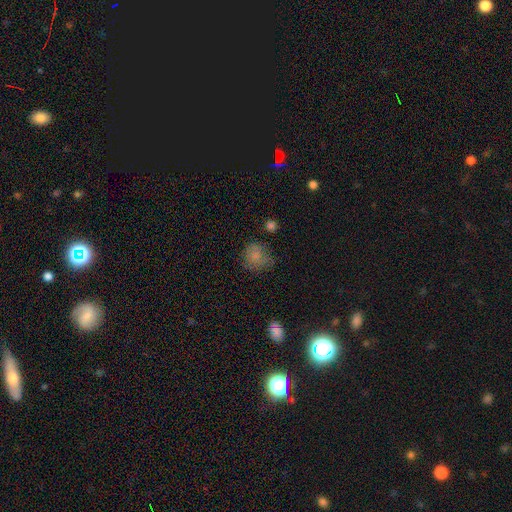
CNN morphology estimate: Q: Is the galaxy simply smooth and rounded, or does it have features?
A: smooth — 75%.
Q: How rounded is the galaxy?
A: round — 80%.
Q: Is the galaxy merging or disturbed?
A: none — 58%.